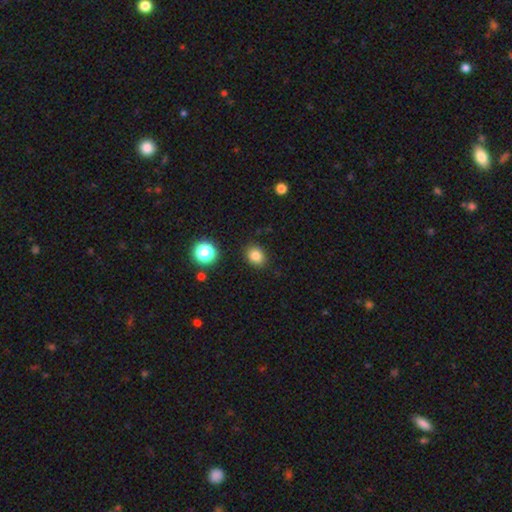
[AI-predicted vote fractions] Morphology: type=smooth (82%); roundness=round (56%); merging=none (87%).